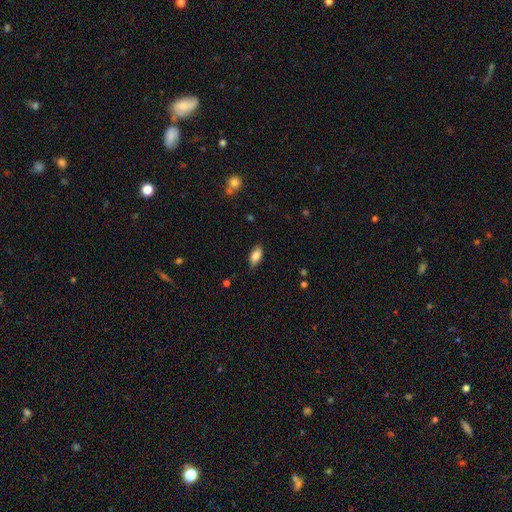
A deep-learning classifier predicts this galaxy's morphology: type=smooth (84%); roundness=in between (89%); merging=none (83%).